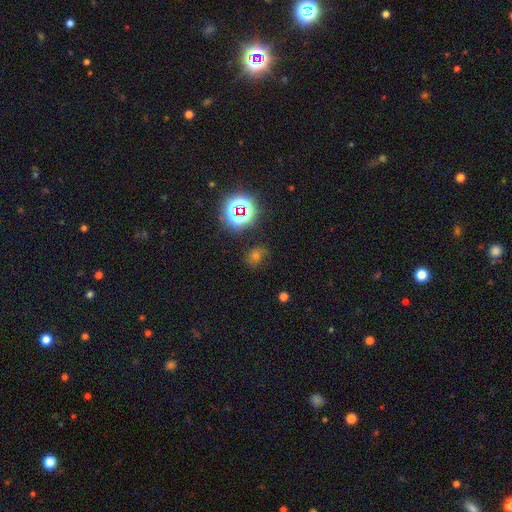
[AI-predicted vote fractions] This is possibly a star or artifact rather than a galaxy (45%).